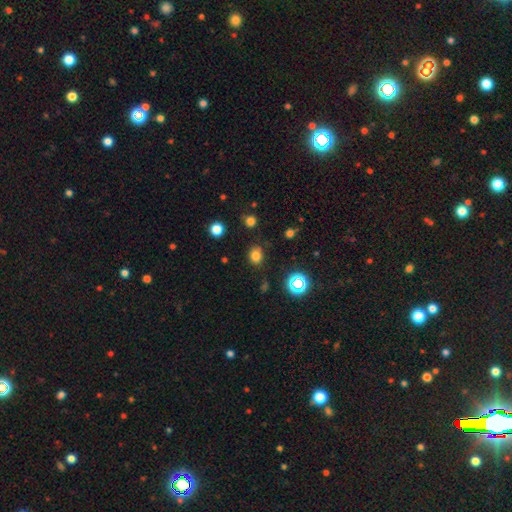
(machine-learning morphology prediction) Overall: smooth (76%). How rounded: round (63%; in between 36%). Merging: none (83%).